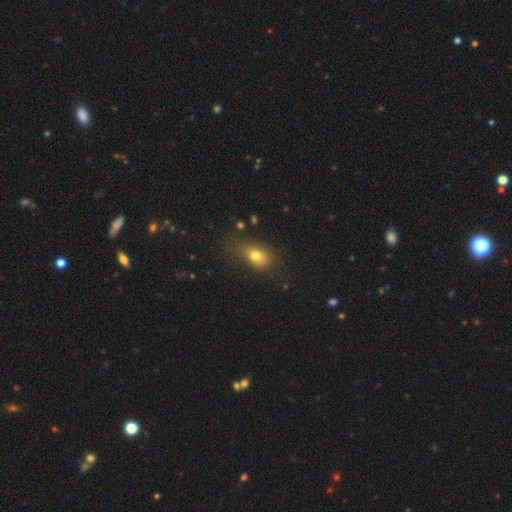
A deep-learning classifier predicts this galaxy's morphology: This is likely a smooth galaxy (74%). How rounded: likely in between (73%). Merging: possibly none (60%).